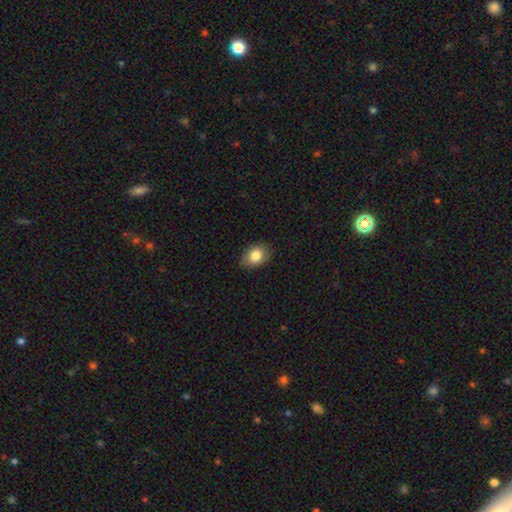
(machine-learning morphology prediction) Smooth or featured: smooth — 83% (featured or disk — 9%)
How rounded: in between — 77% (round — 22%)
Merging: none — 82% (minor disturbance — 14%)